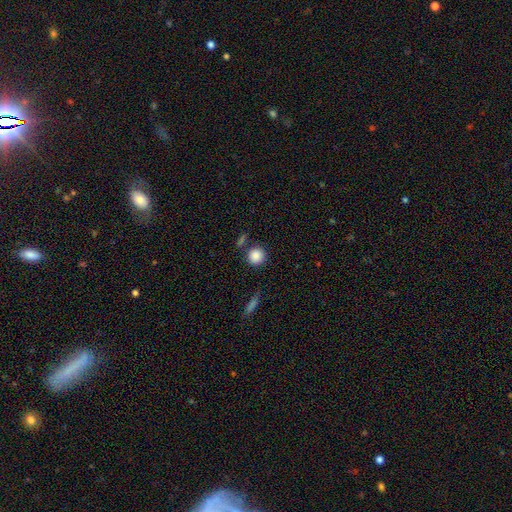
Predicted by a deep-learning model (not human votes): A smooth galaxy with no disk features (87%) that is round (92%). Merging: none (79%).